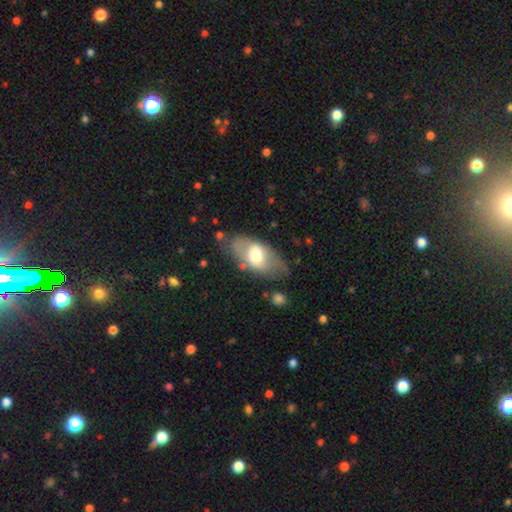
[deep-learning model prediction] A smooth galaxy with no disk features (55%) that is in between round and cigar-shaped (90%). Merging: none (67%).